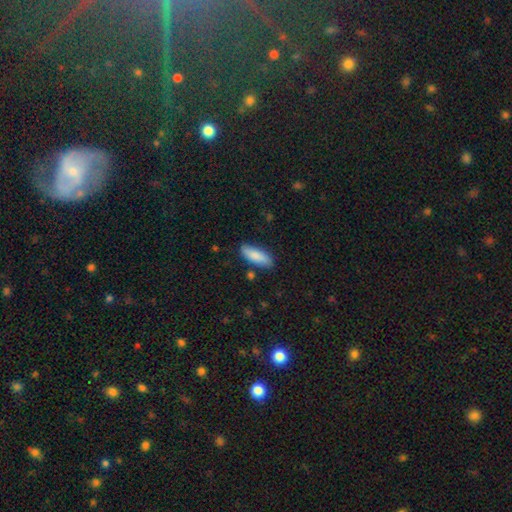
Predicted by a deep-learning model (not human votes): smooth 85%, featured or disk 9%, star or artifact 6%. Down the decision tree: how rounded — in between (63%); merging — none (82%).